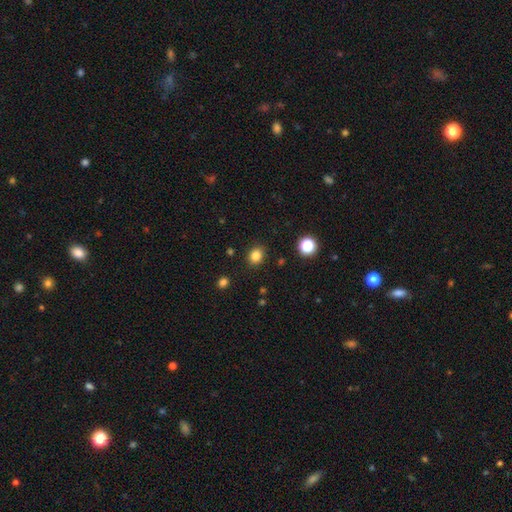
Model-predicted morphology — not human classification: Smooth or featured: smooth — 83% (star or artifact — 13%)
How rounded: round — 66% (in between — 33%)
Merging: none — 88% (minor disturbance — 8%)